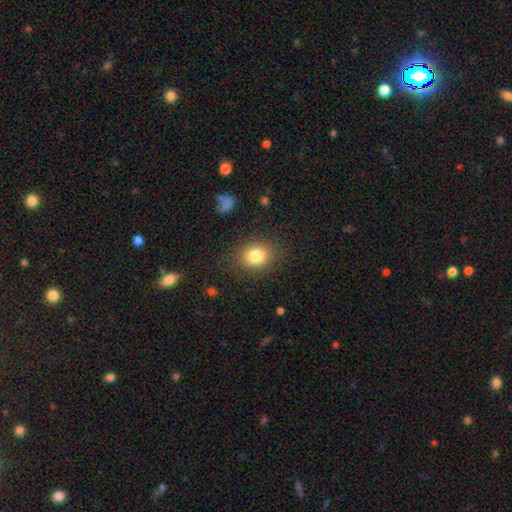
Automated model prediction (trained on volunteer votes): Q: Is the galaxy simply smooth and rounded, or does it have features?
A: smooth — 81%.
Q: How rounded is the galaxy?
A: in between — 51%.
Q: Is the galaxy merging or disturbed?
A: none — 83%.